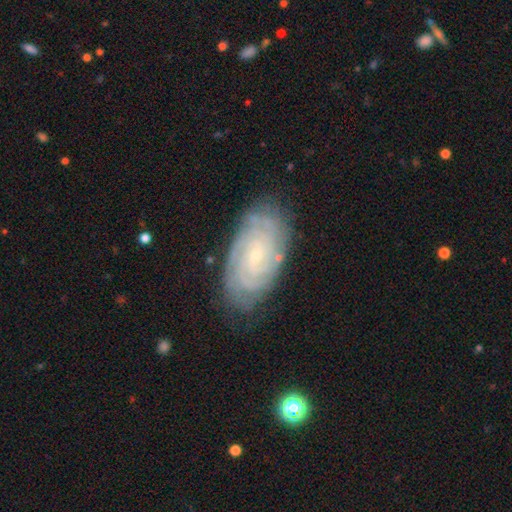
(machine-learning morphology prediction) Smooth or featured: featured or disk — 84% (smooth — 10%)
Edge-on disk: no — 96% (yes — 4%)
Bar: no — 67% (weak — 27%)
Spiral arms: yes — 97% (no — 3%)
Spiral winding: tight — 81% (medium — 16%)
Spiral arm count: can't tell — 30% (4 — 22%)
Bulge size: small — 81% (moderate — 14%)
Merging: none — 80% (minor disturbance — 15%)